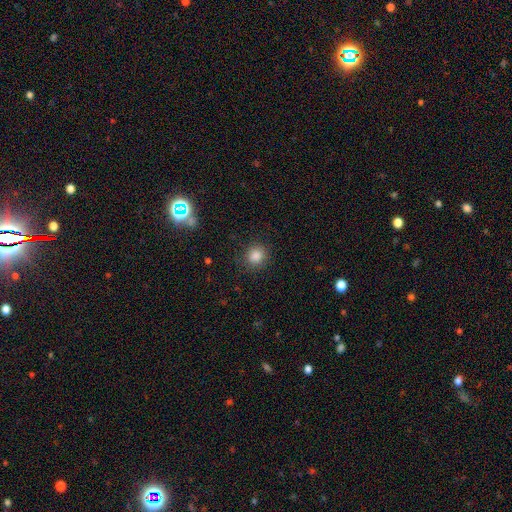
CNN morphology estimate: A smooth galaxy with no disk features (84%) that is round (85%).

Vote fractions:
- Smooth or featured? smooth: 84% / star or artifact: 12% / featured or disk: 4%
- How rounded? round: 85% / in between: 14% / cigar-shaped: 1%
- Merging? none: 86% / minor disturbance: 9% / major disturbance: 4% / merger: 1%